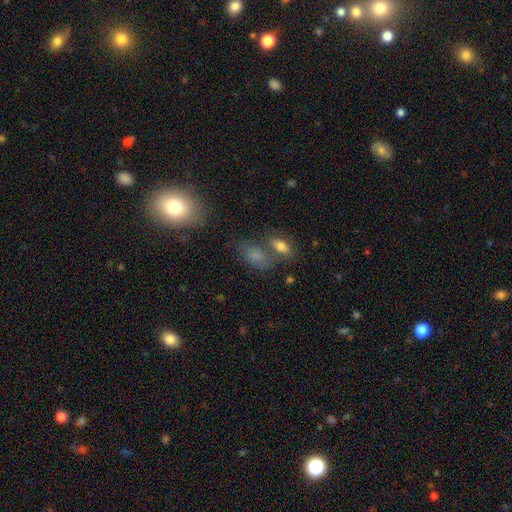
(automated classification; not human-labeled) smooth_or_featured: smooth (p=0.73) [alt: star or artifact p=0.14]
how_rounded: in between (p=0.84) [alt: round p=0.12]
merging: none (p=0.48) [alt: merger p=0.31]